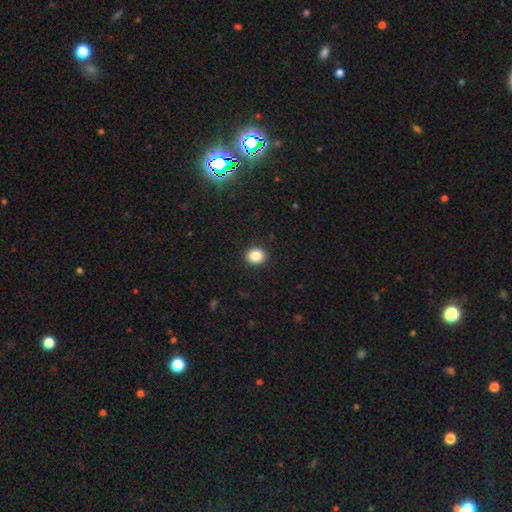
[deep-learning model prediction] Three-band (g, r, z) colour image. It shows a smooth galaxy with no disk features (86%) that is round (71%). Merging: none (91%).